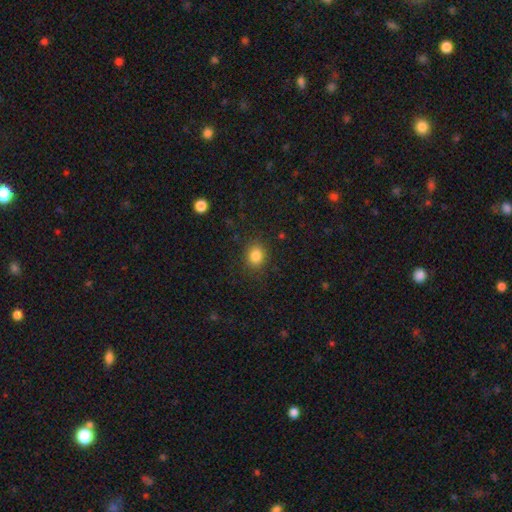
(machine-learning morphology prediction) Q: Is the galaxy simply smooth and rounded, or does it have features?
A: smooth — 84%.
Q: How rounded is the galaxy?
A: round — 58%.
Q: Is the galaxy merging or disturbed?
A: none — 86%.